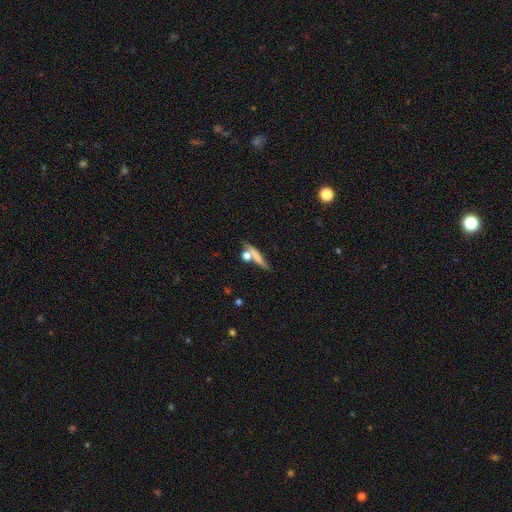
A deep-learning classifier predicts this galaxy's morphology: smooth 65%, featured or disk 26%, star or artifact 9%. Down the decision tree: how rounded — cigar-shaped (76%); merging — none (59%).